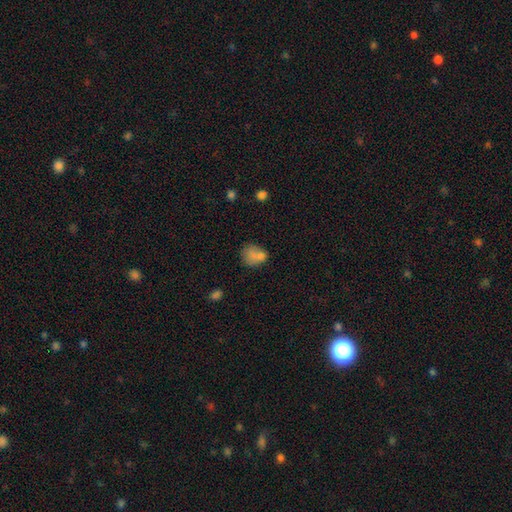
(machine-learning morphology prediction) The model was most divided on "how rounded": round: 56%, in between: 43%, cigar-shaped: 1%. Remaining: smooth or featured — smooth (75%); merging — none (44%).